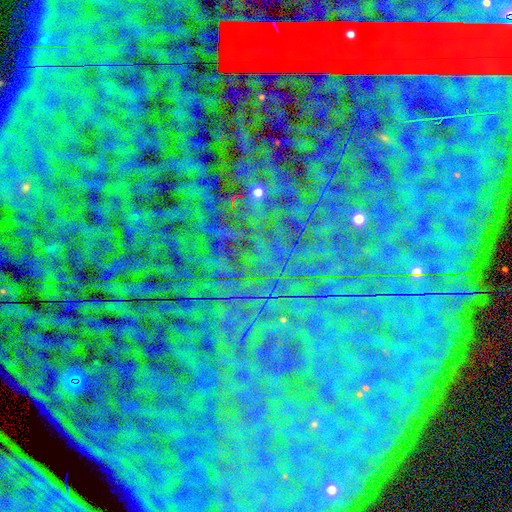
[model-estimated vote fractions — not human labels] smooth_or_featured: star or artifact (p=0.86) [alt: smooth p=0.08]